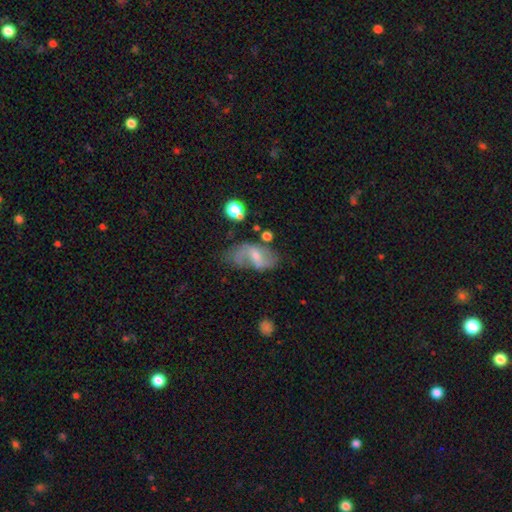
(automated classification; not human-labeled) This appears to be a featured or disk galaxy (61%) with a weak bar (50%), spiral arms (77%) and a small central bulge (53%). Merging: none (46%).